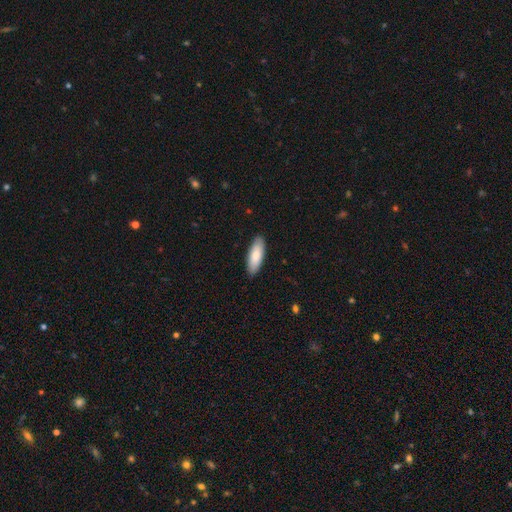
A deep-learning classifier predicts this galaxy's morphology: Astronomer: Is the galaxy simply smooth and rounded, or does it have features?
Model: smooth — 83%.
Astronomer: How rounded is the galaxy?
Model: in between — 69%.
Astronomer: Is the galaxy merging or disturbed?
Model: none — 89%.